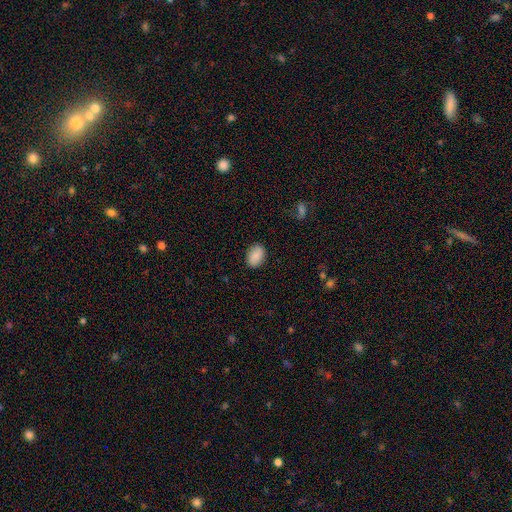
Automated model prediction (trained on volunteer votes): smooth 88%, star or artifact 7%, featured or disk 5%. Down the decision tree: how rounded — in between (81%); merging — none (88%).